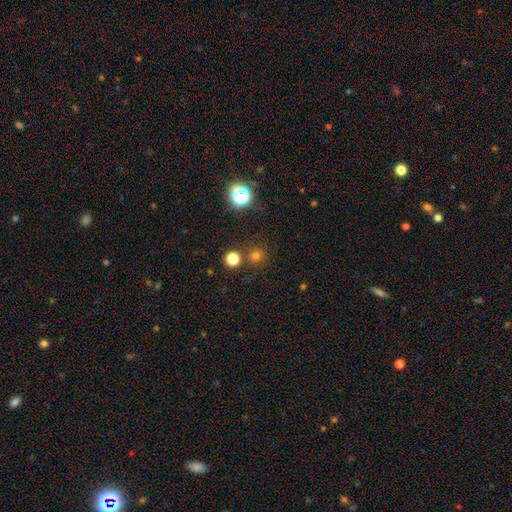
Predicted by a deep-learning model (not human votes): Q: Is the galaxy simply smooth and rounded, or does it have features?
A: smooth — 69%.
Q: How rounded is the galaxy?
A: round — 92%.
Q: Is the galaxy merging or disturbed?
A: none — 80%.